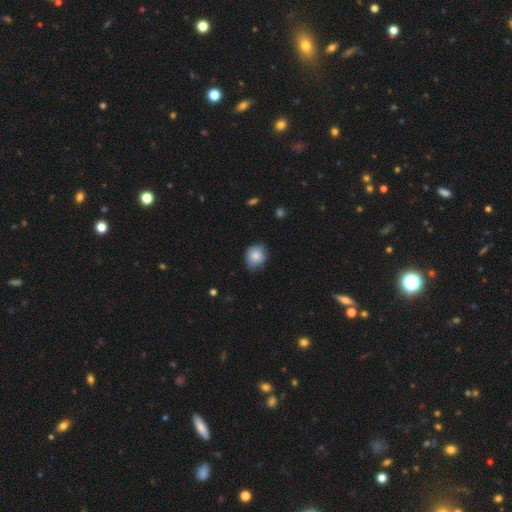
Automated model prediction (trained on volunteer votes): This is clearly a smooth galaxy (84%). How rounded: likely round (67%). Merging: likely none (71%).